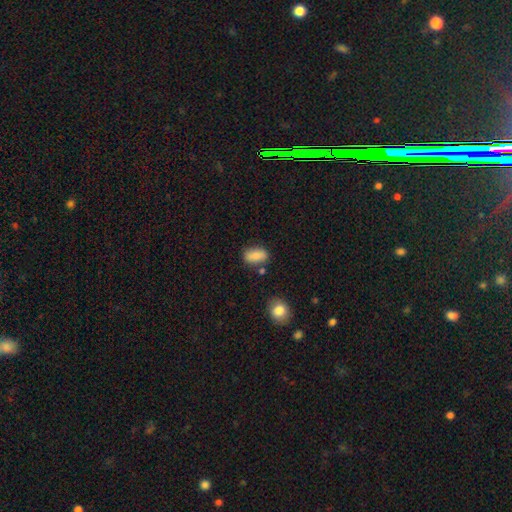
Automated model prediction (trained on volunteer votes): The model was most divided on "merging": none: 75%, minor disturbance: 15%, merger: 6%, major disturbance: 4%. More confident: how rounded — in between (88%); smooth or featured — smooth (85%).